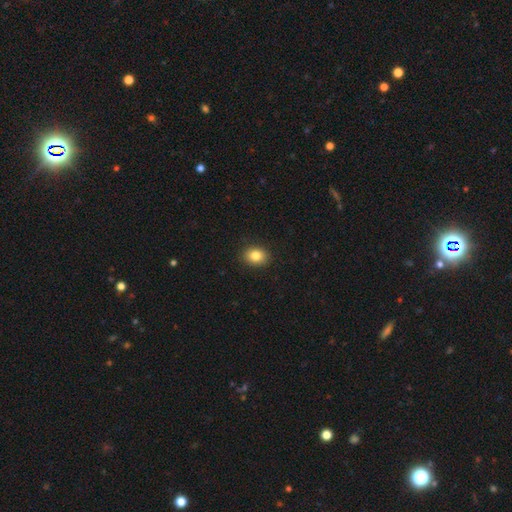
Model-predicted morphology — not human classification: The model was most divided on "how rounded": in between: 54%, round: 45%, cigar-shaped: 1%. More confident: merging — none (90%); smooth or featured — smooth (84%).